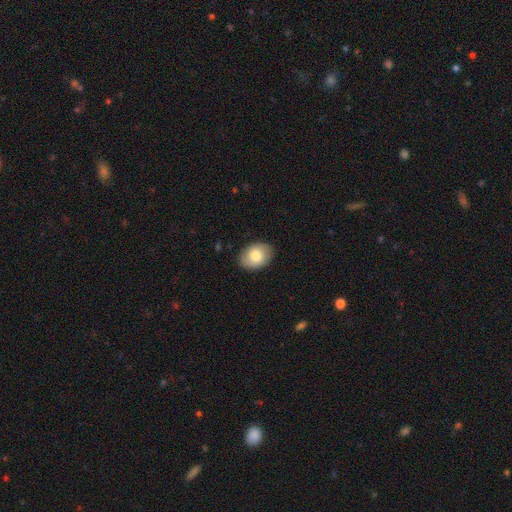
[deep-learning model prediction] smooth-or-featured: smooth: 78% | featured or disk: 16% | star or artifact: 6%
  how-rounded: in between: 78% | round: 21% | cigar-shaped: 1%
  merging: none: 86% | minor disturbance: 10% | major disturbance: 2% | merger: 1%